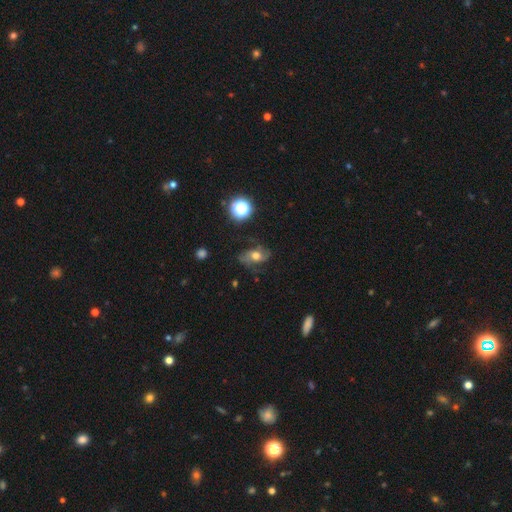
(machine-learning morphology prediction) A featured or disk galaxy (60%) with no bar (69%), spiral arms (86%) and a moderate central bulge (60%).

Vote fractions:
- Smooth or featured? featured or disk: 60% / smooth: 28% / star or artifact: 12%
- Edge-on disk? no: 94% / yes: 6%
- Bar? no: 69% / weak: 25% / strong: 6%
- Spiral arms? yes: 86% / no: 14%
- Bulge size? moderate: 60% / large: 27% / small: 9% / dominant: 3% / none: 2%
- Merging? none: 62% / minor disturbance: 22% / major disturbance: 14% / merger: 2%